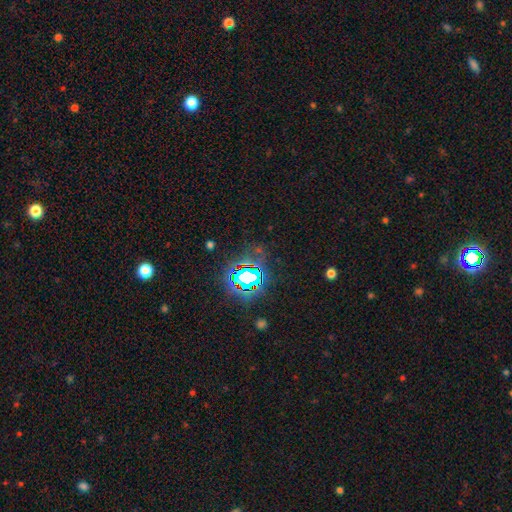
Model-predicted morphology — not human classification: A star or artifact, not a galaxy (82%).